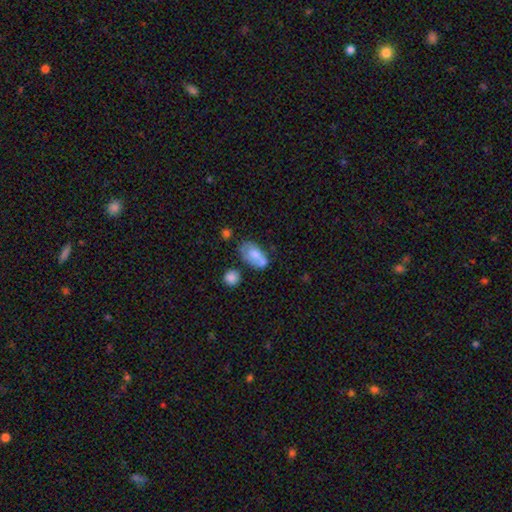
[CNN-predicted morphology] smooth-or-featured: smooth: 64% | featured or disk: 28% | star or artifact: 8%
  how-rounded: in between: 90% | round: 7% | cigar-shaped: 3%
  merging: none: 37% | merger: 25% | minor disturbance: 25% | major disturbance: 13%